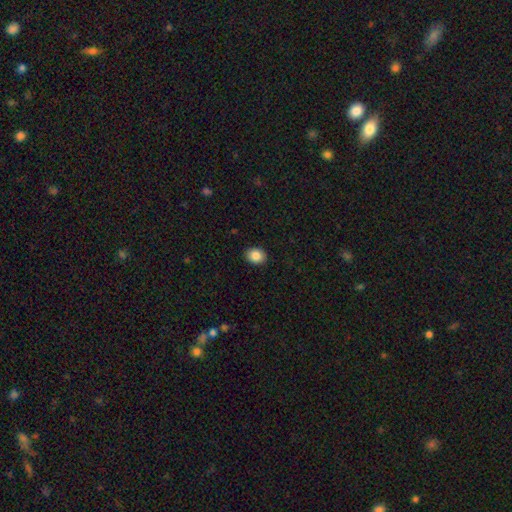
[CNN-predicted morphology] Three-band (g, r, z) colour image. It shows a smooth galaxy with no disk features (86%) that is round (52%). Merging: none (91%).